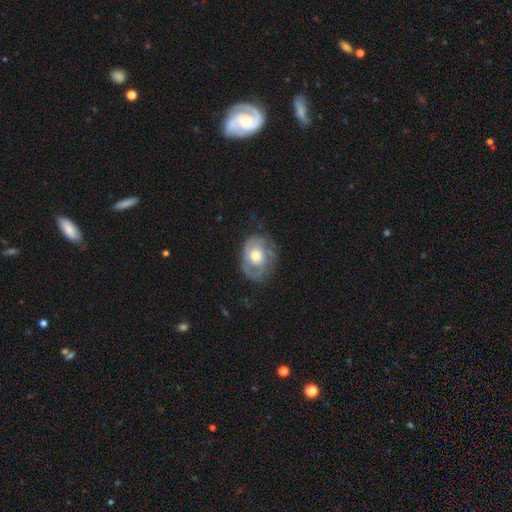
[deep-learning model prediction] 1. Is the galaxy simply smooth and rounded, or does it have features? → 68% featured or disk, 26% smooth, 6% star or artifact.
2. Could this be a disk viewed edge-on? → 96% no, 4% yes.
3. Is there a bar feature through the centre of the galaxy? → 82% no, 15% weak, 3% strong.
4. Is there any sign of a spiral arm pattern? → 74% yes, 26% no.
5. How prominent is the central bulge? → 68% moderate, 21% small, 9% large, 1% none, 1% dominant.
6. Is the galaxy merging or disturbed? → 59% none, 25% minor disturbance, 15% major disturbance, 1% merger.